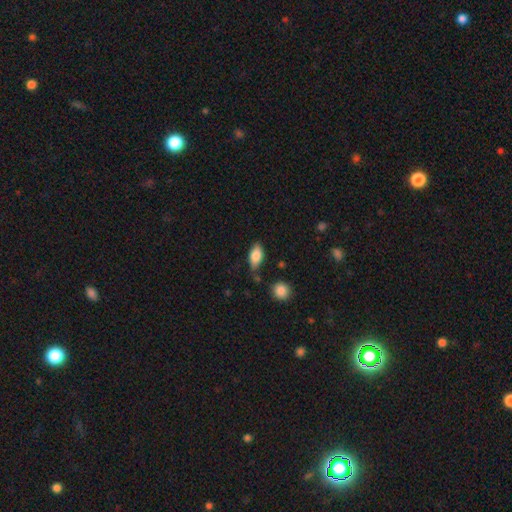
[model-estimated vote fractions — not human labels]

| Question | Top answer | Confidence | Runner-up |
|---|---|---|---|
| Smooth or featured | smooth | 79% | featured or disk (14%) |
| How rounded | in between | 87% | cigar-shaped (8%) |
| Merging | none | 71% | minor disturbance (20%) |